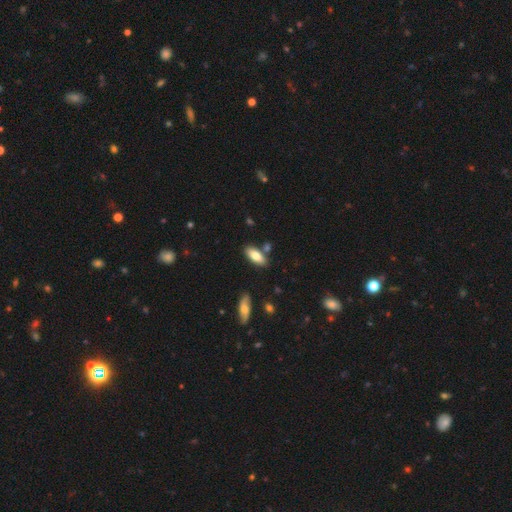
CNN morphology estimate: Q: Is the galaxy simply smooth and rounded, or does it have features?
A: smooth — 79%.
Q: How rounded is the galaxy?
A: in between — 81%.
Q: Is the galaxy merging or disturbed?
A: none — 79%.